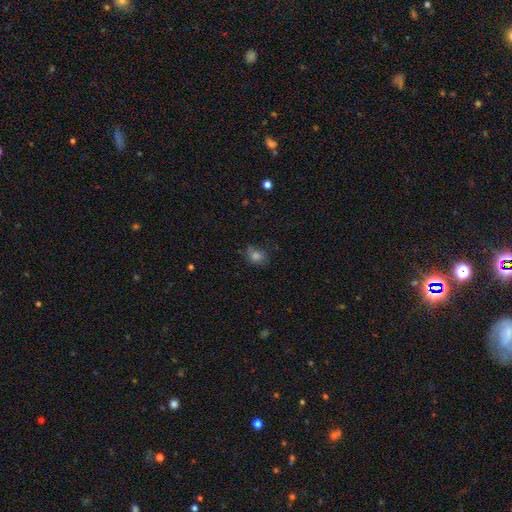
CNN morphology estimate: smooth-or-featured: smooth: 76% | star or artifact: 16% | featured or disk: 9%
  how-rounded: round: 58% | in between: 41% | cigar-shaped: 1%
  merging: none: 70% | minor disturbance: 22% | major disturbance: 7% | merger: 2%